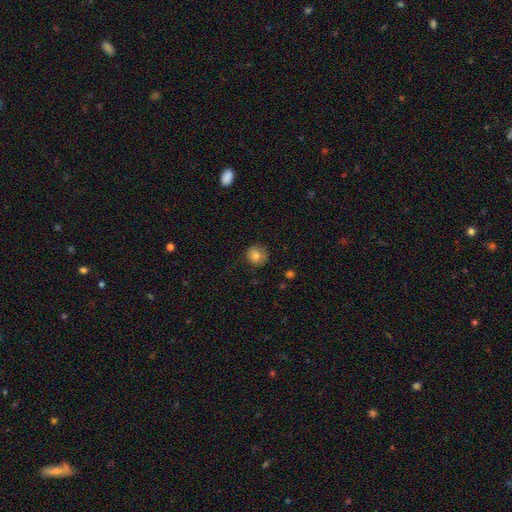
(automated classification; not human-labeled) Smooth or featured: smooth — 79% (featured or disk — 11%)
How rounded: round — 90% (in between — 9%)
Merging: none — 82% (minor disturbance — 14%)